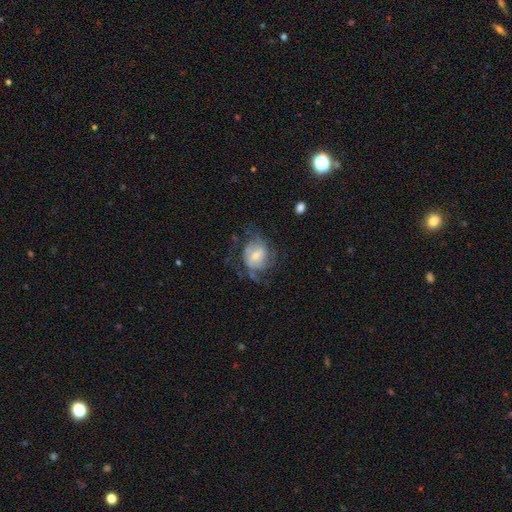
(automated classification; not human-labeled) This is likely a featured or disk galaxy (63%). It is clearly not viewed edge-on (97%). Bar: possibly no (46%). Spiral arm pattern: likely yes (77%). Central bulge: possibly small (45%). Merging: possibly none (46%).